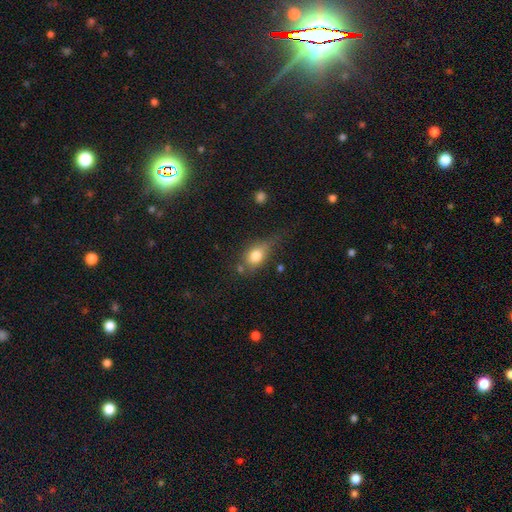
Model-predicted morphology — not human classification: Overall: smooth (77%). How rounded: in between (72%). Merging: none (46%; minor disturbance 32%).